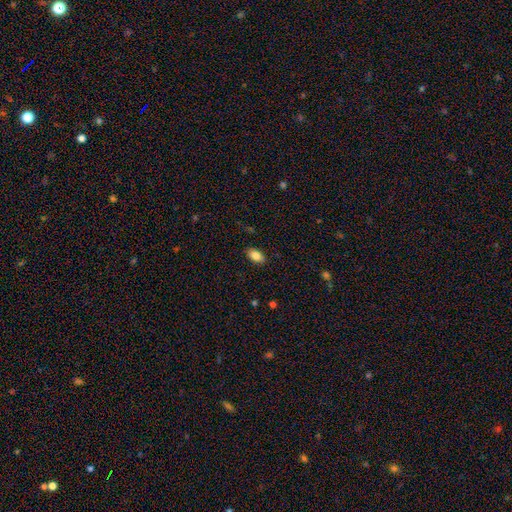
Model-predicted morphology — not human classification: Smooth or featured? smooth (85%)
How rounded? in between (91%)
Merging? none (88%)